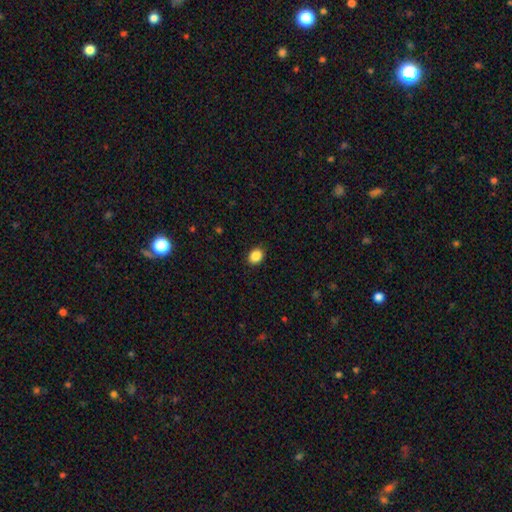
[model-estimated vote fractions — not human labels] The model was most divided on "how rounded": in between: 56%, round: 44%, cigar-shaped: 1%. More confident: merging — none (90%); smooth or featured — smooth (88%).